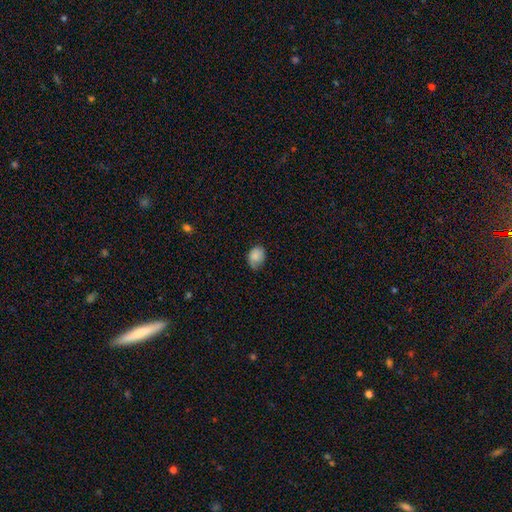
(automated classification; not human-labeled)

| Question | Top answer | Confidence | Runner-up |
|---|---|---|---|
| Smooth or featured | smooth | 84% | featured or disk (8%) |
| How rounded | in between | 64% | round (35%) |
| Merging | none | 62% | minor disturbance (30%) |